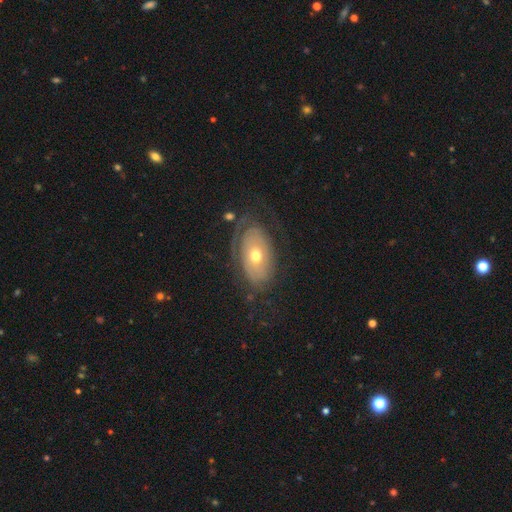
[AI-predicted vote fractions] Smooth or featured?
  - featured or disk: 62% *
  - smooth: 31%
  - star or artifact: 7%
Edge-on disk?
  - no: 91% *
  - yes: 9%
Bar?
  - no: 86% *
  - weak: 11%
  - strong: 3%
Spiral arms?
  - yes: 57% *
  - no: 43%
Bulge size?
  - moderate: 72% *
  - small: 19%
  - large: 6%
  - dominant: 1%
  - none: 1%
Merging?
  - none: 63% *
  - minor disturbance: 19%
  - major disturbance: 16%
  - merger: 2%